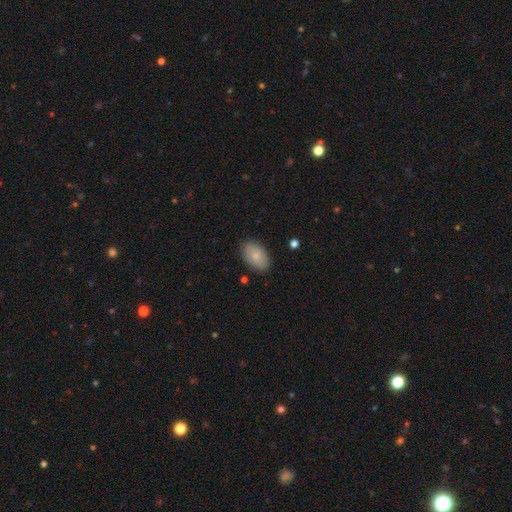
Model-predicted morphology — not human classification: type=smooth (83%); roundness=in between (92%); merging=none (85%).